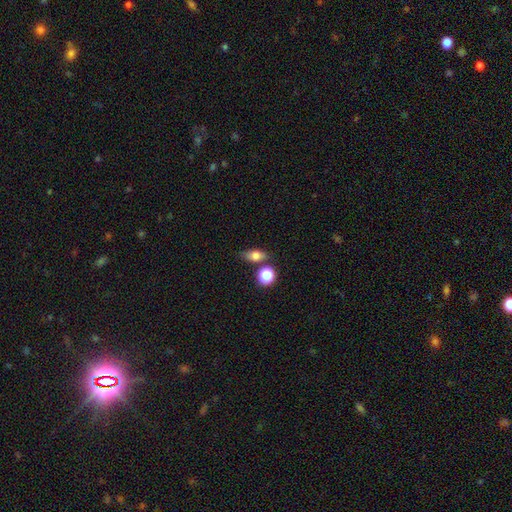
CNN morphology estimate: This appears to be a smooth galaxy with no disk features (73%) that is in between round and cigar-shaped (71%). Merging: none (68%).